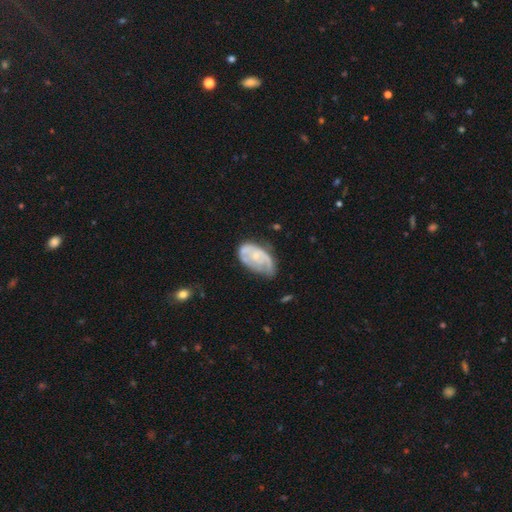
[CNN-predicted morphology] type=featured or disk (66%); edge-on=no (96%); bar=no (76%); spiral arms=yes (69%); bulge=small (63%); merging=none (42%).